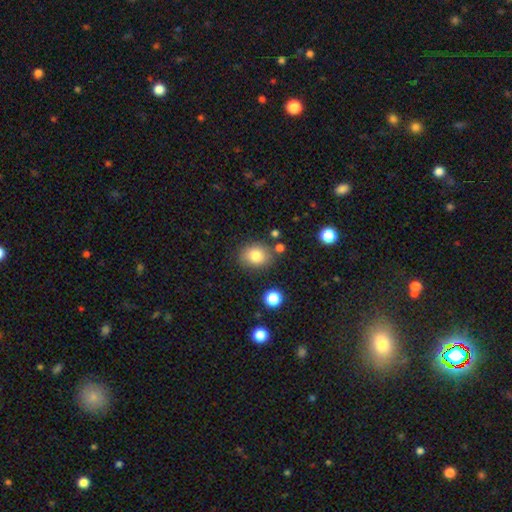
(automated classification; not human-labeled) smooth_or_featured: smooth (p=0.80) [alt: star or artifact p=0.11]
how_rounded: round (p=0.59) [alt: in between p=0.40]
merging: none (p=0.79) [alt: minor disturbance p=0.12]